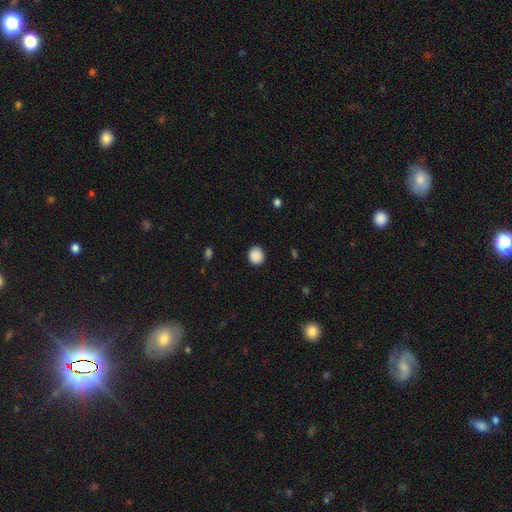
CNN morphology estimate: A smooth galaxy with no disk features (89%) that is round (78%).

Vote fractions:
- Smooth or featured? smooth: 89% / star or artifact: 8% / featured or disk: 2%
- How rounded? round: 78% / in between: 21% / cigar-shaped: 1%
- Merging? none: 89% / minor disturbance: 8% / major disturbance: 2% / merger: 1%